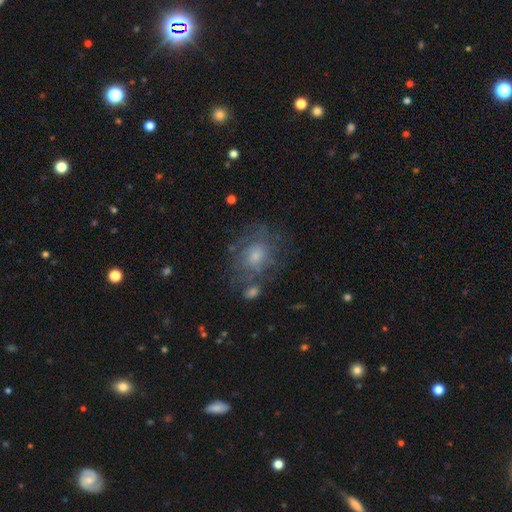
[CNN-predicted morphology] This appears to be a featured or disk galaxy (48%). Merging: none (58%).